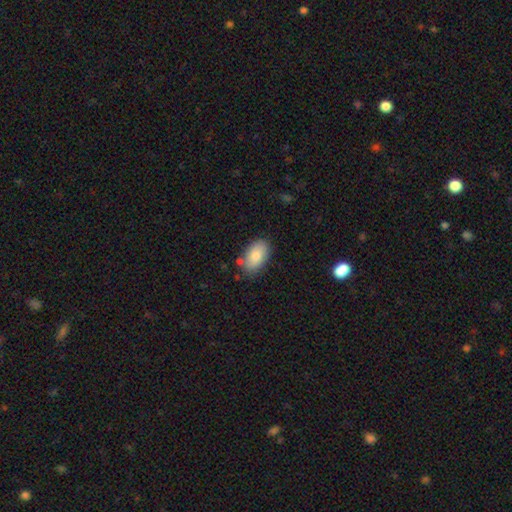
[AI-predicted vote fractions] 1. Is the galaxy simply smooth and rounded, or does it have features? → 83% smooth, 10% featured or disk, 6% star or artifact.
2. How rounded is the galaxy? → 93% in between, 5% round, 2% cigar-shaped.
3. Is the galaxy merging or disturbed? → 77% none, 16% minor disturbance, 4% merger, 3% major disturbance.